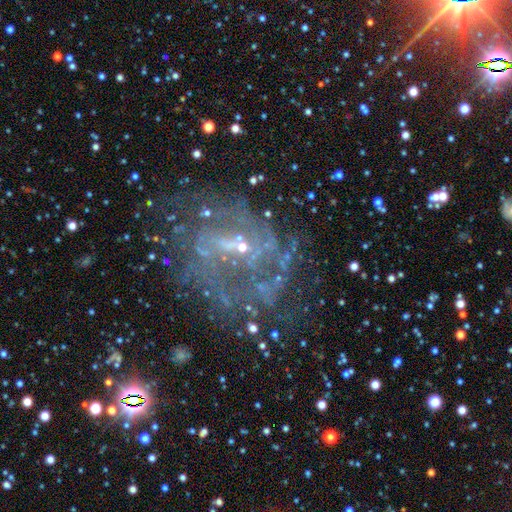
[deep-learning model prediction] A featured or disk galaxy (74%) with no bar (46%), spiral arms (61%) and a small central bulge (54%). Merging: none (47%).